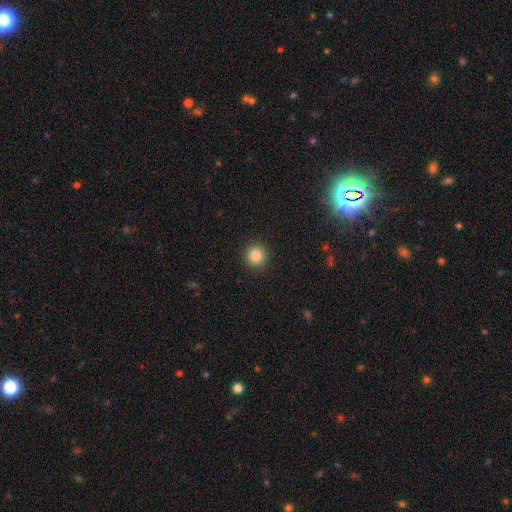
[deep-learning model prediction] The model was most divided on "smooth or featured": smooth: 84%, star or artifact: 11%, featured or disk: 5%. More confident: how rounded — round (93%); merging — none (92%).